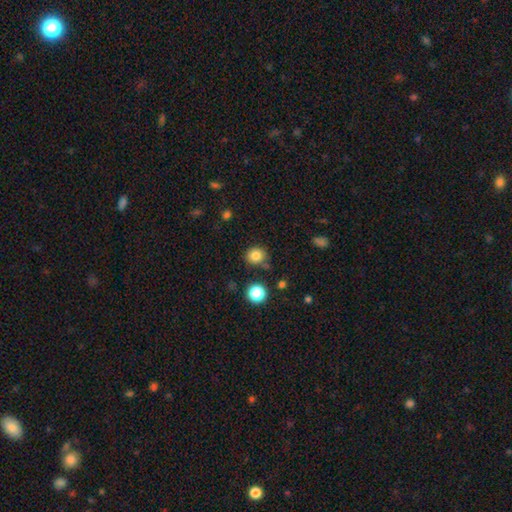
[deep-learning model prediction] smooth_or_featured: smooth (p=0.82) [alt: star or artifact p=0.12]
how_rounded: round (p=0.84) [alt: in between p=0.15]
merging: none (p=0.79) [alt: minor disturbance p=0.13]